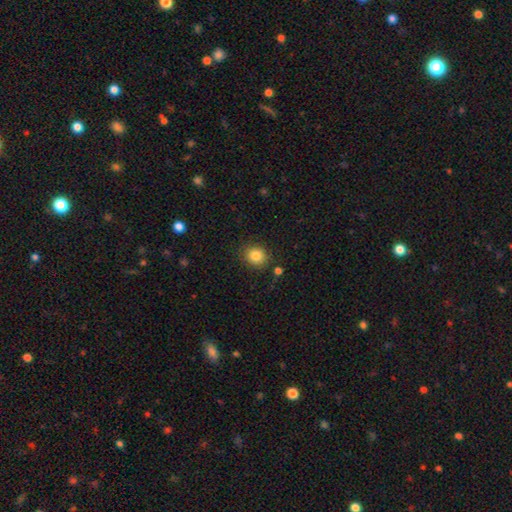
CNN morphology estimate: smooth_or_featured: smooth (p=0.84) [alt: star or artifact p=0.10]
how_rounded: round (p=0.79) [alt: in between p=0.20]
merging: none (p=0.85) [alt: minor disturbance p=0.09]